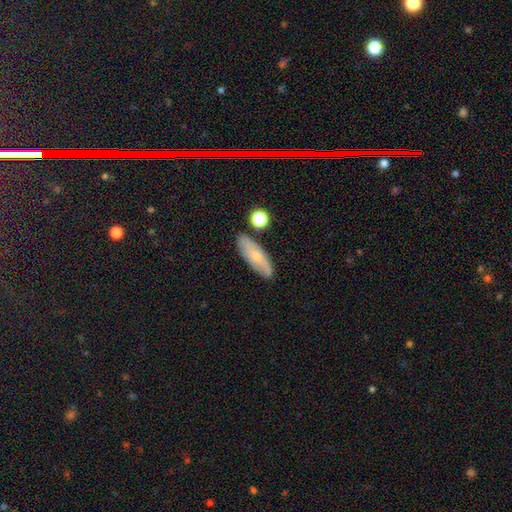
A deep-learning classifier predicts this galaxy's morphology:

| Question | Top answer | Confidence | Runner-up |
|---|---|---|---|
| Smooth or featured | smooth | 57% | featured or disk (35%) |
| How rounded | in between | 64% | cigar-shaped (33%) |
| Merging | none | 79% | minor disturbance (14%) |